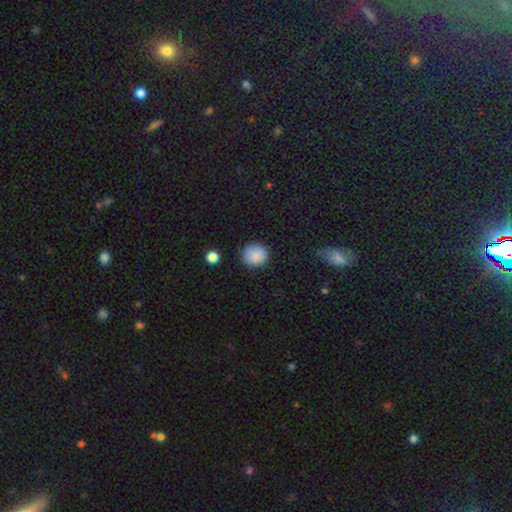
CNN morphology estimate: The model was most divided on "merging": none: 85%, minor disturbance: 10%, major disturbance: 3%, merger: 2%. More confident: how rounded — round (88%); smooth or featured — smooth (87%).